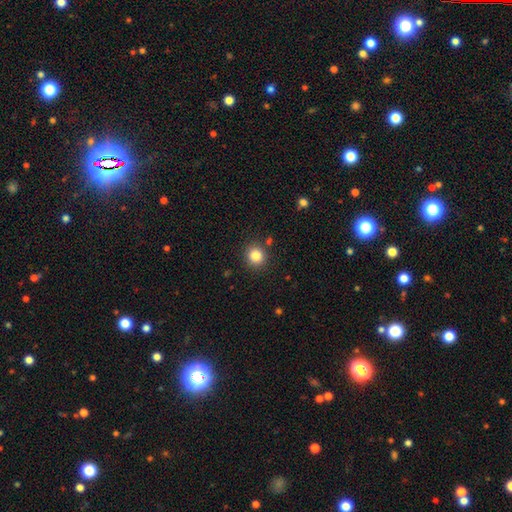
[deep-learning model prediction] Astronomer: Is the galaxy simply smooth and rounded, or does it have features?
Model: smooth — 84%.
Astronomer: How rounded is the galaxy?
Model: round — 89%.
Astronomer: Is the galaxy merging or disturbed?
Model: none — 87%.